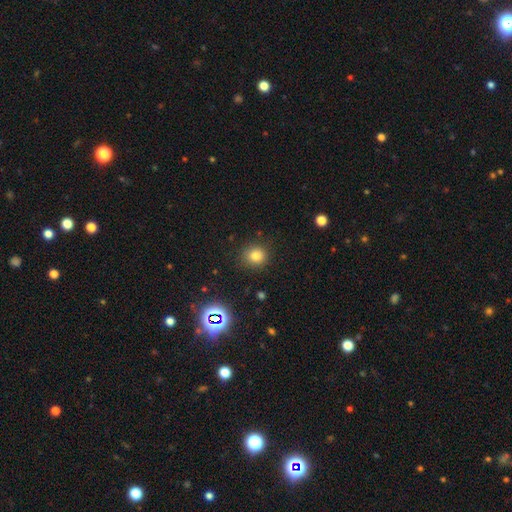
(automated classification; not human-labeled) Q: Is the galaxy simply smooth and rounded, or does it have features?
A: smooth — 79%.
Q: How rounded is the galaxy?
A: round — 87%.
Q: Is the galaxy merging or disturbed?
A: none — 88%.